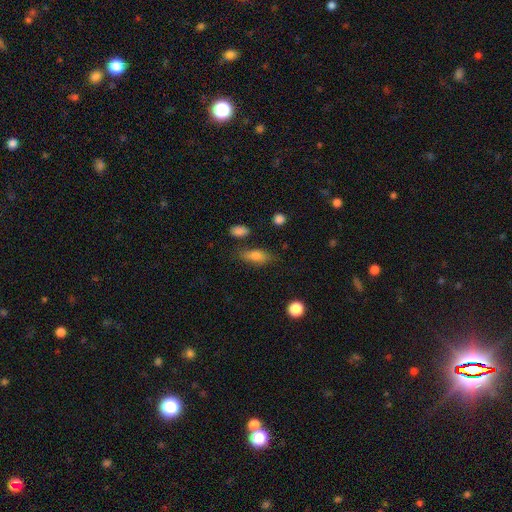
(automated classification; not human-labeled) smooth 78%, featured or disk 14%, star or artifact 8%. Down the decision tree: how rounded — in between (76%); merging — none (73%).